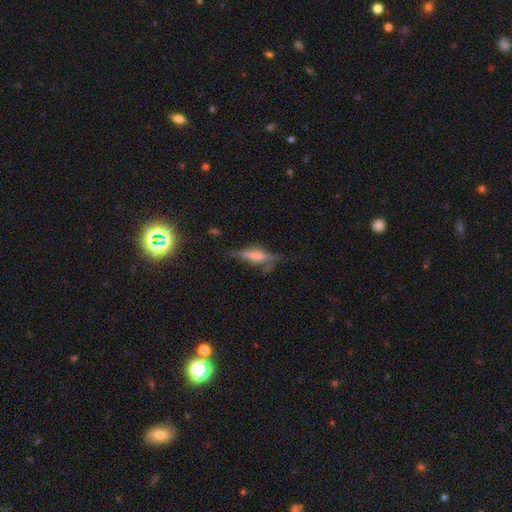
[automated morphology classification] featured or disk 57%, smooth 31%, star or artifact 12%. Down the decision tree: edge-on disk — yes (90%); edge-on bulge — rounded (53%); merging — none (67%).